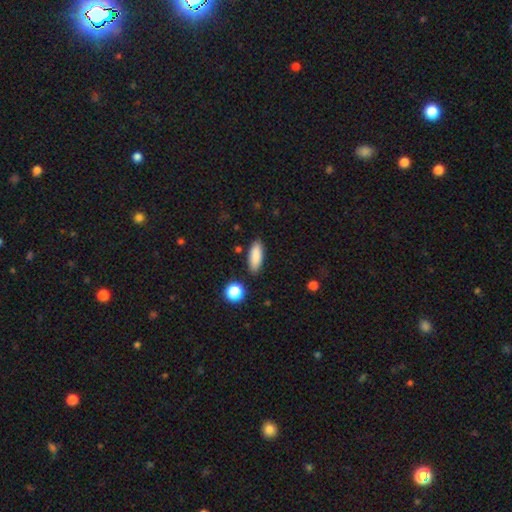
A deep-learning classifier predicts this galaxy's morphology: The model was most divided on "how rounded": in between: 67%, cigar-shaped: 30%, round: 3%. More confident: smooth or featured — smooth (87%); merging — none (86%).